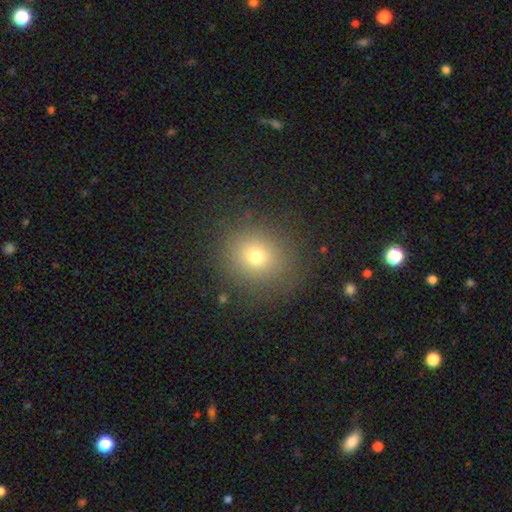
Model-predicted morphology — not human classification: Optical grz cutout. It shows a smooth galaxy with no disk features (71%) that is round (83%). Merging: none (85%).